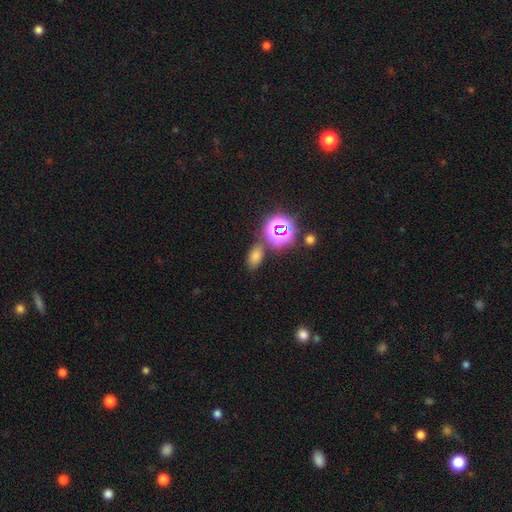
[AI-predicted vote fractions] This is likely a smooth galaxy (63%). How rounded: clearly in between (84%). Merging: likely none (75%).